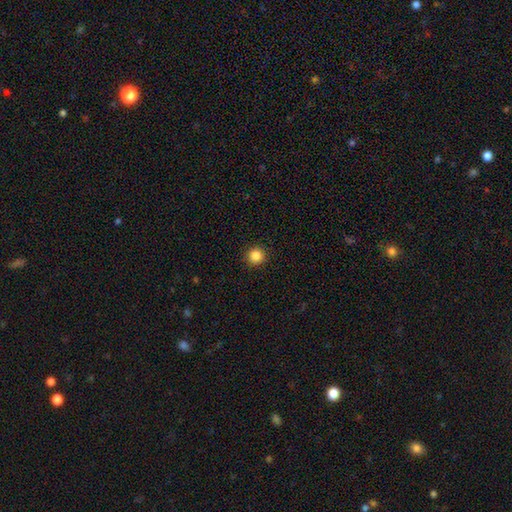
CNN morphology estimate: The model was most divided on "smooth or featured": smooth: 86%, star or artifact: 11%, featured or disk: 3%. More confident: how rounded — round (95%); merging — none (93%).